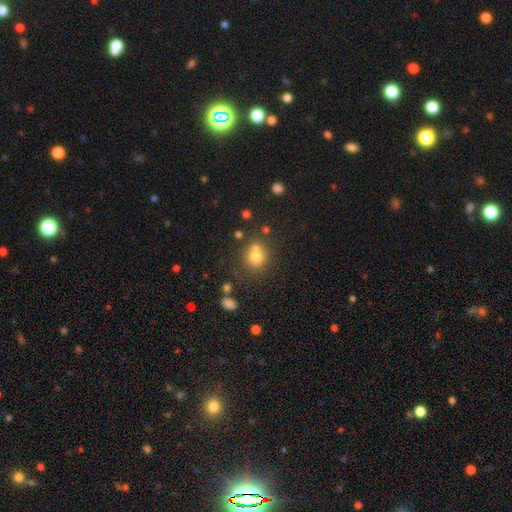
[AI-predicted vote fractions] Smooth or featured? smooth (73%)
How rounded? round (78%)
Merging? none (51%)